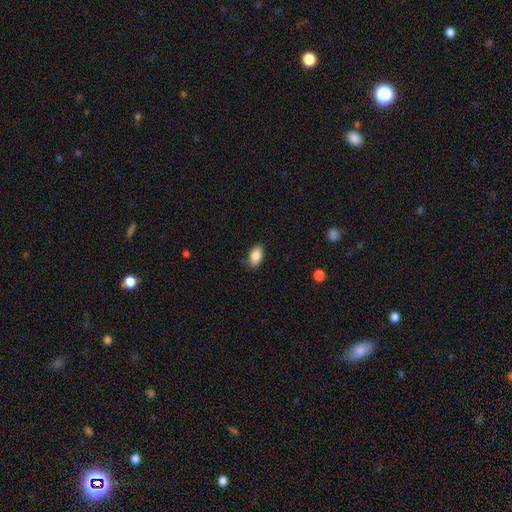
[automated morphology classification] This is clearly a smooth galaxy (87%). How rounded: clearly in between (91%). Merging: clearly none (84%).